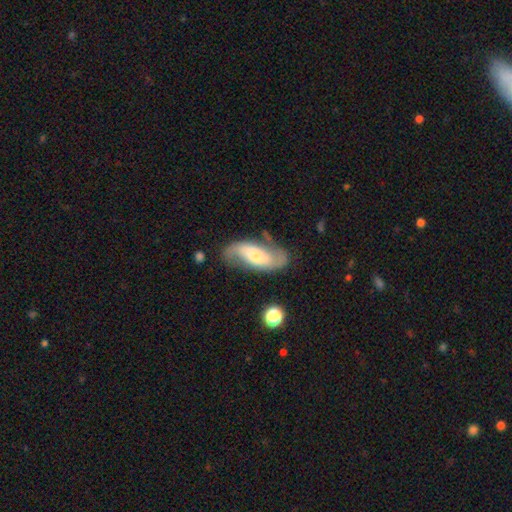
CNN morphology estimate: type=featured or disk (71%); edge-on=no (93%); bar=no (50%); spiral arms=yes (91%); winding=loose (54%); arm count=2 (88%); bulge=small (45%); merging=none (70%).